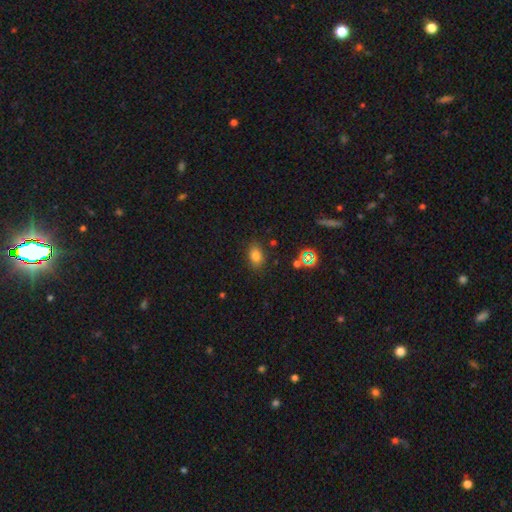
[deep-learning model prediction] This is likely a smooth galaxy (77%). How rounded: likely in between (72%). Merging: clearly none (83%).